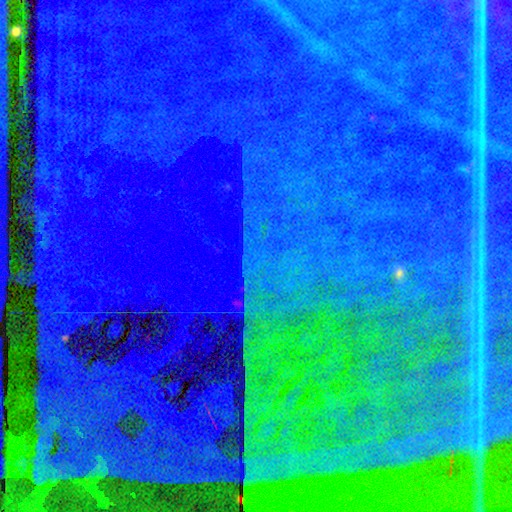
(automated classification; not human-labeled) Overall: star or artifact (87%).